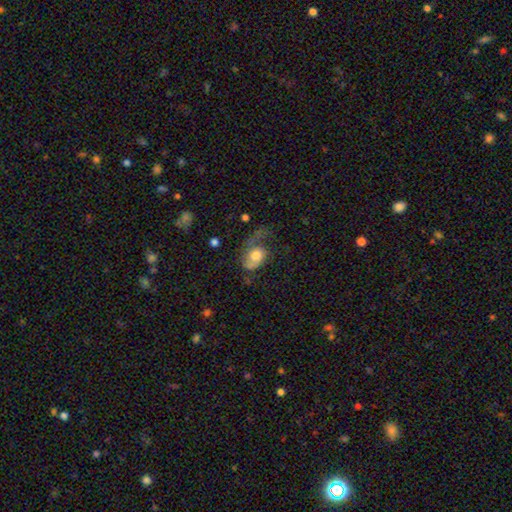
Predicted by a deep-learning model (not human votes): smooth_or_featured: smooth (p=0.47) [alt: featured or disk p=0.45]
merging: major disturbance (p=0.50) [alt: none p=0.25]